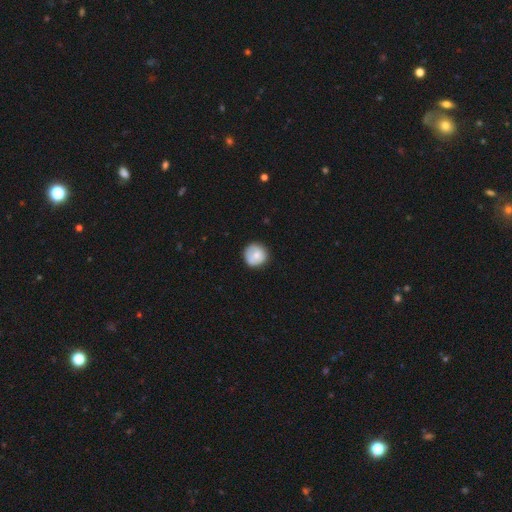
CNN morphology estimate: A smooth galaxy with no disk features (73%) that is round (94%).

Vote fractions:
- Smooth or featured? smooth: 73% / featured or disk: 20% / star or artifact: 7%
- How rounded? round: 94% / in between: 5% / cigar-shaped: 1%
- Merging? none: 80% / minor disturbance: 15% / major disturbance: 3% / merger: 2%